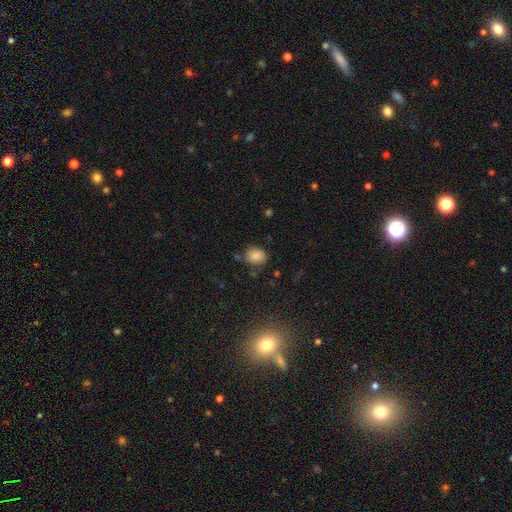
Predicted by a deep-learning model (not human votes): smooth_or_featured: smooth (p=0.82) [alt: star or artifact p=0.11]
how_rounded: round (p=0.52) [alt: in between p=0.47]
merging: none (p=0.66) [alt: minor disturbance p=0.22]